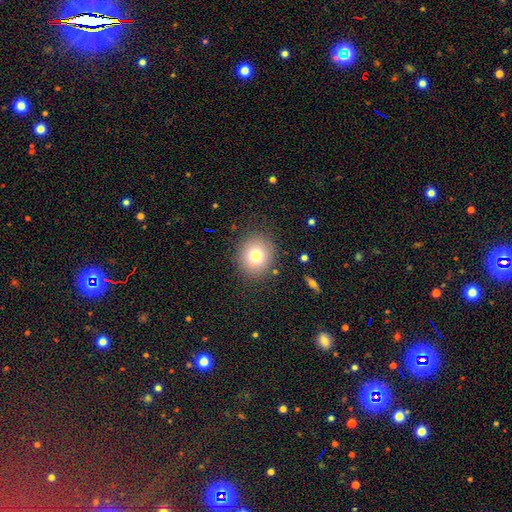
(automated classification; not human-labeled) Overall: smooth (75%). How rounded: round (78%). Merging: none (86%).